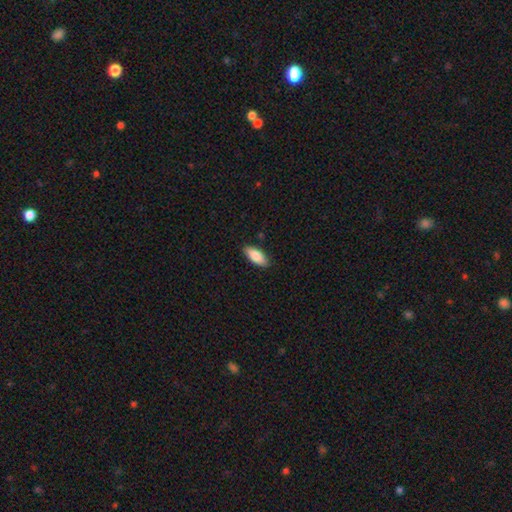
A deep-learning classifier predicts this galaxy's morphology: smooth-or-featured: smooth: 86% | featured or disk: 9% | star or artifact: 6%
  how-rounded: in between: 84% | cigar-shaped: 14% | round: 2%
  merging: none: 86% | minor disturbance: 11% | major disturbance: 2% | merger: 1%